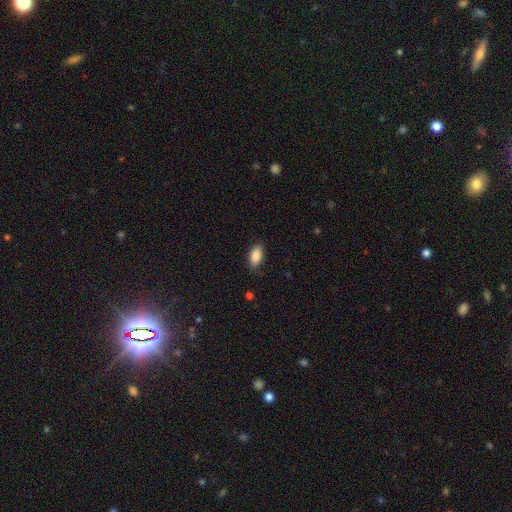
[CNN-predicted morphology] Smooth or featured?
  - smooth: 86% *
  - star or artifact: 7%
  - featured or disk: 6%
How rounded?
  - in between: 92% *
  - cigar-shaped: 4%
  - round: 4%
Merging?
  - none: 82% *
  - minor disturbance: 15%
  - major disturbance: 3%
  - merger: 1%